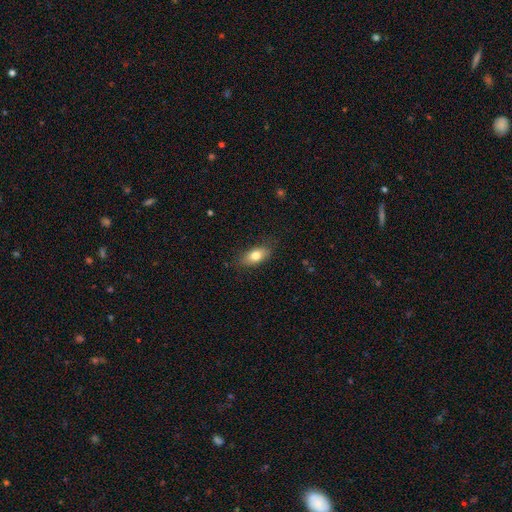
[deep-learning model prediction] smooth-or-featured: smooth: 77% | featured or disk: 16% | star or artifact: 7%
  how-rounded: in between: 85% | cigar-shaped: 9% | round: 6%
  merging: none: 83% | minor disturbance: 13% | major disturbance: 3% | merger: 1%